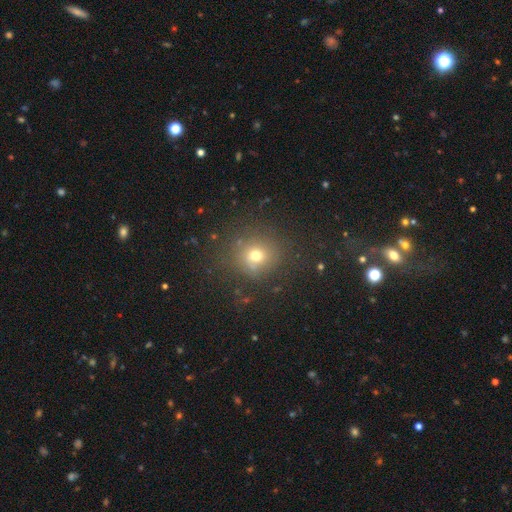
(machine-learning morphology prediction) Q: Smooth or featured?
A: smooth (70%); runner-up: star or artifact (20%)
Q: How rounded?
A: round (87%); runner-up: in between (12%)
Q: Merging?
A: none (80%); runner-up: minor disturbance (12%)